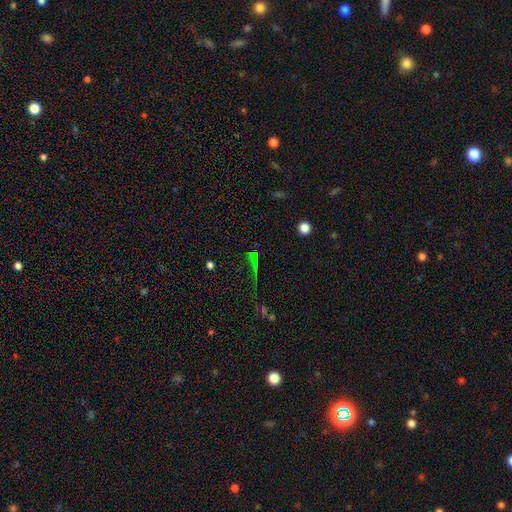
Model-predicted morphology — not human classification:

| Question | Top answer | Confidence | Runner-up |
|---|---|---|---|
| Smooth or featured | star or artifact | 72% | smooth (18%) |